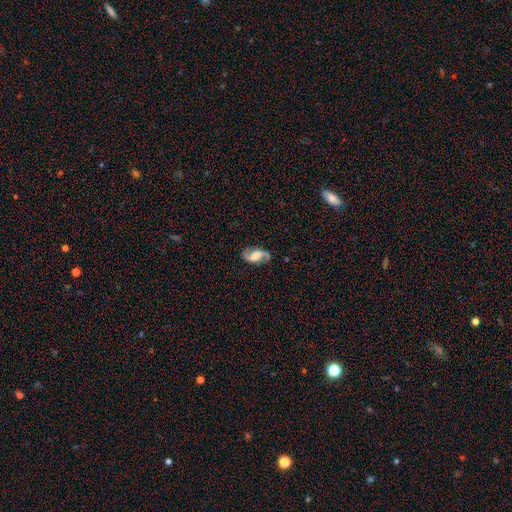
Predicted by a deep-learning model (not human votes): Smooth or featured? featured or disk (85%)
Edge-on disk? no (97%)
Bar? weak (45%)
Spiral arms? yes (97%)
Spiral winding? loose (54%)
Spiral arm count? 2 (93%)
Bulge size? moderate (30%)
Merging? none (81%)